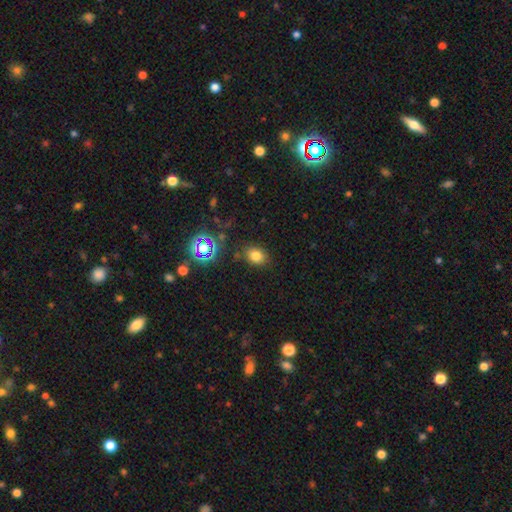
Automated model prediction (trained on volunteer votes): smooth 74%, star or artifact 18%, featured or disk 8%. Down the decision tree: how rounded — in between (58%); merging — none (82%).